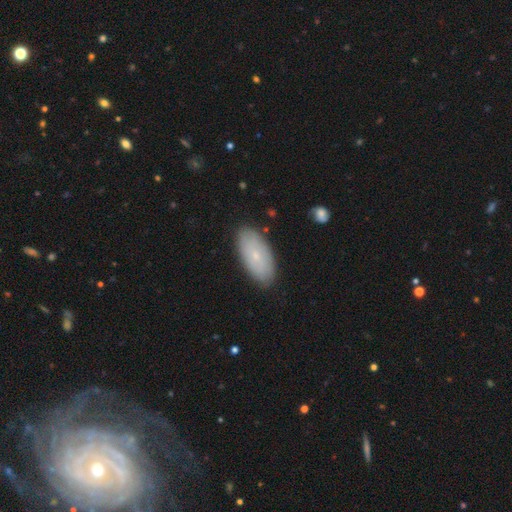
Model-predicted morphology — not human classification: Smooth or featured? Predicted: smooth (p=0.66). How rounded? Predicted: in between (p=0.93). Merging? Predicted: none (p=0.85).